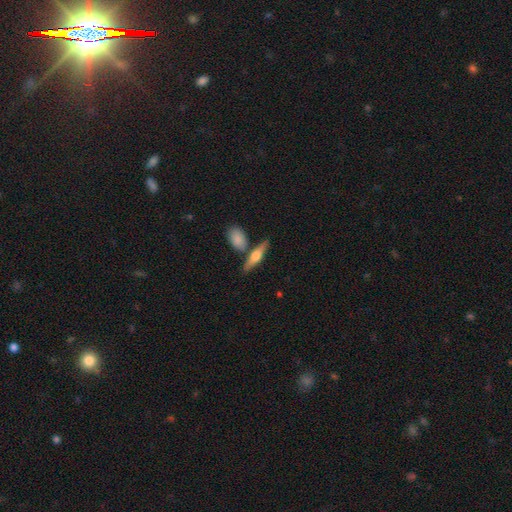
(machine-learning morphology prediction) smooth-or-featured: featured or disk: 51% | smooth: 43% | star or artifact: 6%
  disk-edge-on: yes: 93% | no: 7%
  merging: none: 71% | merger: 15% | minor disturbance: 10% | major disturbance: 3%